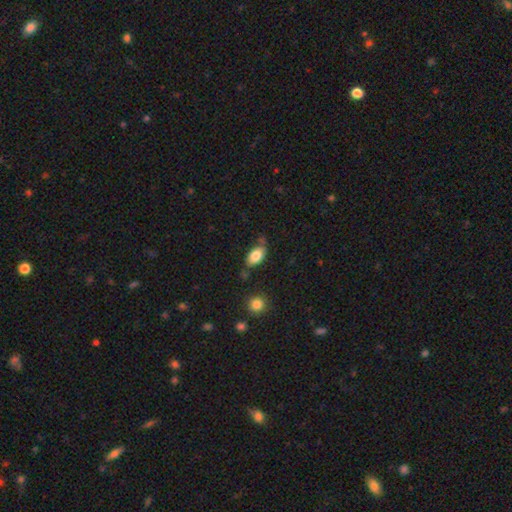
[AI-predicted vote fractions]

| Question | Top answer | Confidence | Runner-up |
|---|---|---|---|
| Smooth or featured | smooth | 82% | featured or disk (11%) |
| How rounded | in between | 92% | round (5%) |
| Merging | none | 67% | minor disturbance (20%) |